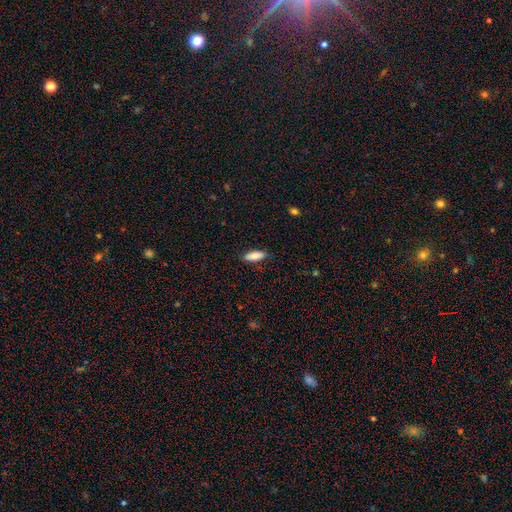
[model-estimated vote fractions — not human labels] The model was most divided on "how rounded": in between: 69%, cigar-shaped: 29%, round: 2%. More confident: smooth or featured — smooth (86%); merging — none (86%).